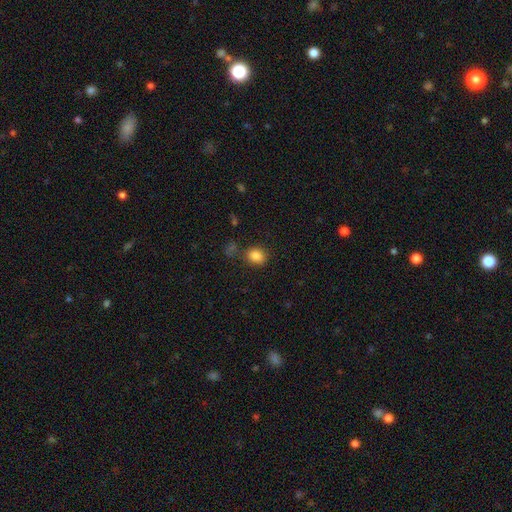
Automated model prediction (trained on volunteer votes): This appears to be a smooth galaxy with no disk features (85%) that is round (55%). Merging: none (76%).